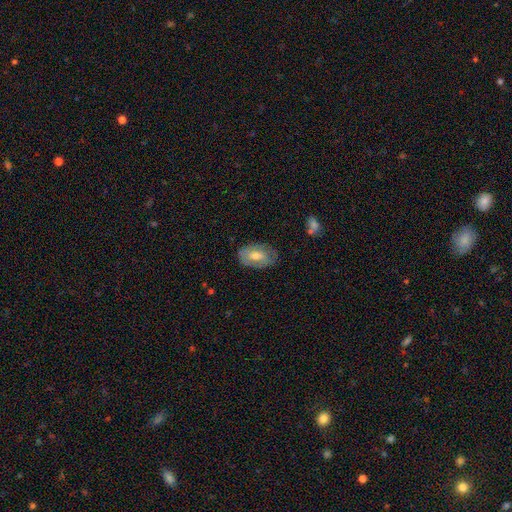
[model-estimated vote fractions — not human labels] This is possibly a smooth galaxy (51%). How rounded: clearly in between (91%). Merging: likely none (75%).